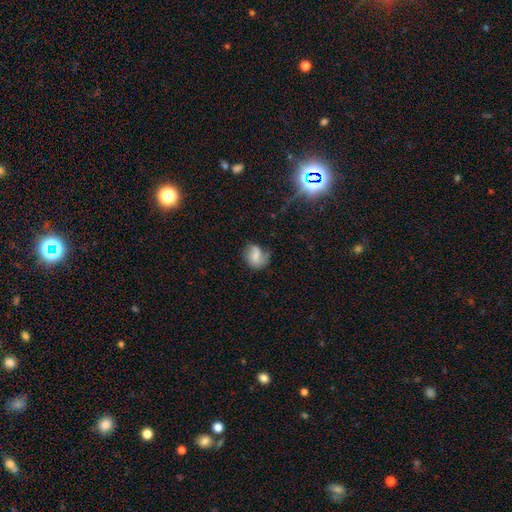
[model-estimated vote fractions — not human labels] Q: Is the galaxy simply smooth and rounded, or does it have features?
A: smooth — 54%.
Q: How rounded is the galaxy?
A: in between — 50%.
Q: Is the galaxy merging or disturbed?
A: none — 50%.